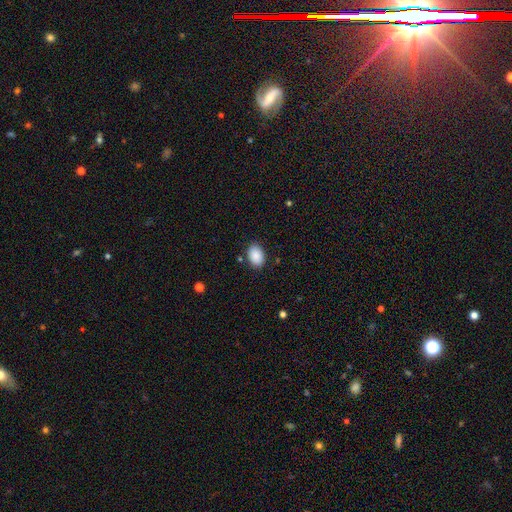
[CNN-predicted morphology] smooth-or-featured: smooth: 90% | star or artifact: 7% | featured or disk: 3%
  how-rounded: in between: 85% | round: 14% | cigar-shaped: 1%
  merging: none: 86% | minor disturbance: 10% | major disturbance: 3% | merger: 2%